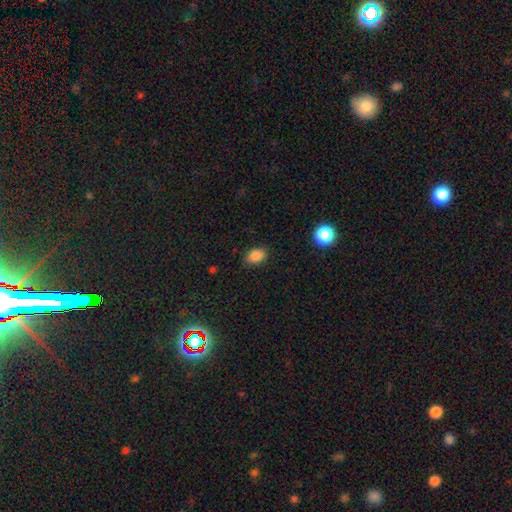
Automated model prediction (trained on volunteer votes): Overall: smooth (87%). How rounded: in between (76%). Merging: none (82%).